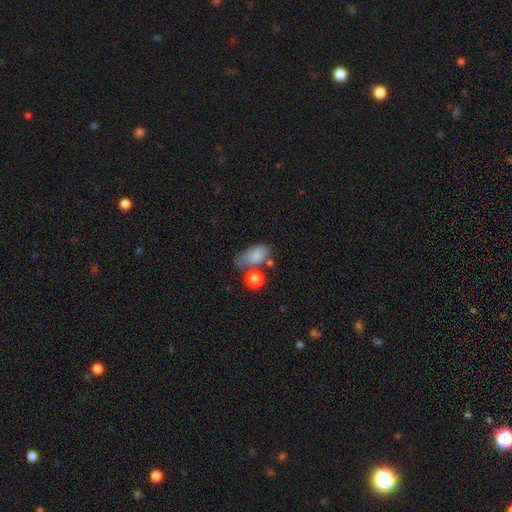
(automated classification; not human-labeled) Smooth or featured?
  - smooth: 79% *
  - featured or disk: 11%
  - star or artifact: 9%
How rounded?
  - in between: 87% *
  - round: 10%
  - cigar-shaped: 4%
Merging?
  - none: 41% *
  - minor disturbance: 27%
  - merger: 18%
  - major disturbance: 14%